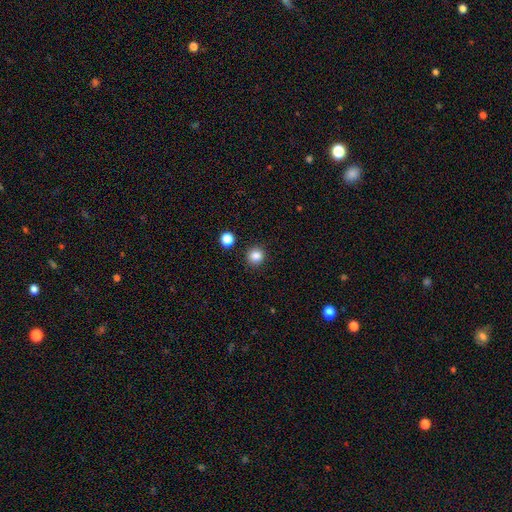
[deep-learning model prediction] Smooth or featured: smooth — 86% (star or artifact — 11%)
How rounded: round — 92% (in between — 7%)
Merging: none — 90% (minor disturbance — 5%)